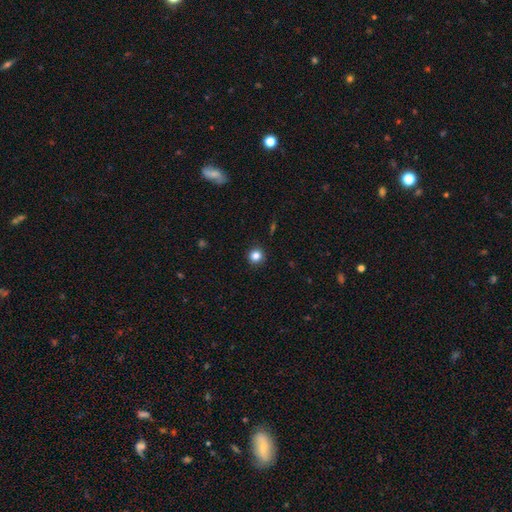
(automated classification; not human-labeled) This appears to be a smooth galaxy with no disk features (83%) that is round (93%). Merging: none (92%).